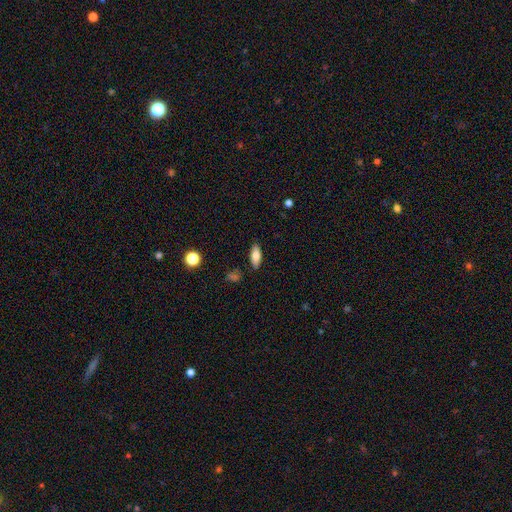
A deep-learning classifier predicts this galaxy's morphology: This is likely a smooth galaxy (78%). How rounded: likely in between (76%). Merging: clearly none (86%).